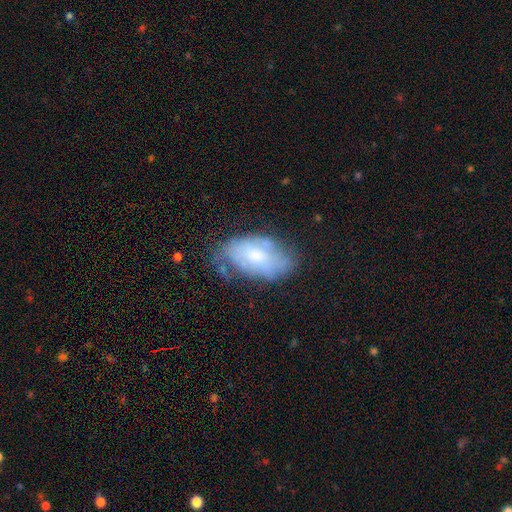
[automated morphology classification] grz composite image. It shows a smooth galaxy with no disk features (48%). Merging: none (51%).